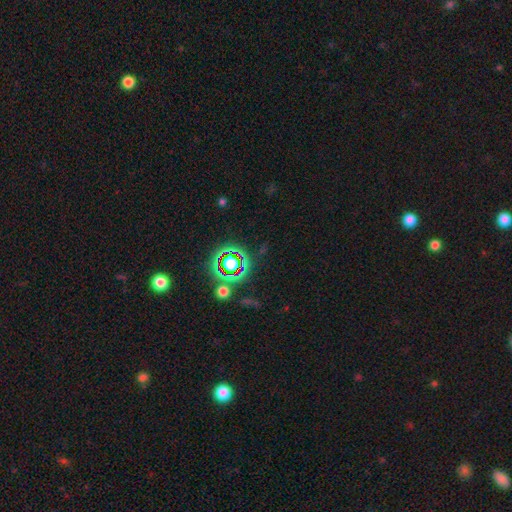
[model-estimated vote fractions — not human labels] This appears to be a star or artifact, not a galaxy (72%).